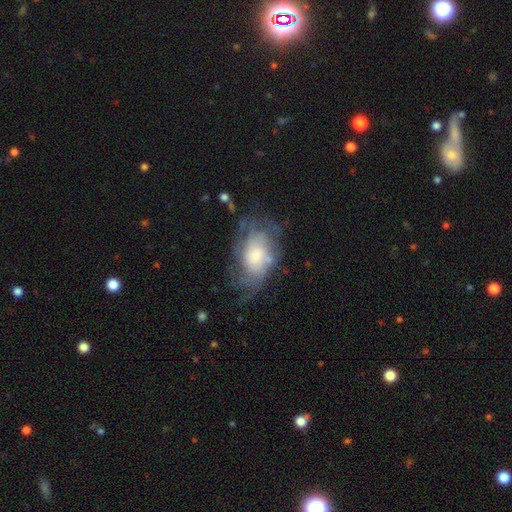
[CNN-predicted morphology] This appears to be a featured or disk galaxy (60%) with no bar (76%), spiral arms (73%) and a moderate central bulge (35%). Merging: none (52%).